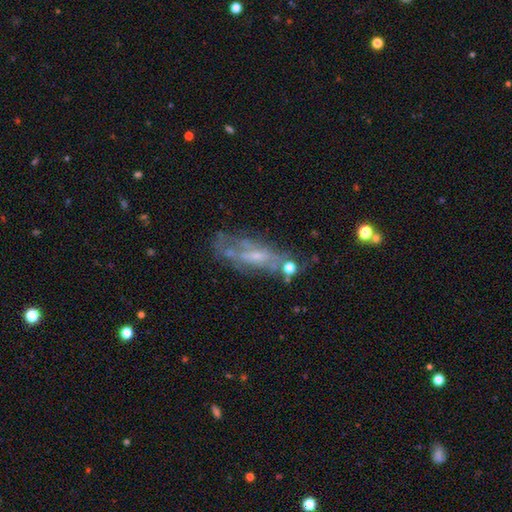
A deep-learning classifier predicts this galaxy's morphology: This is likely a featured or disk galaxy (62%). It is likely not viewed edge-on (77%). Merging: possibly none (50%).